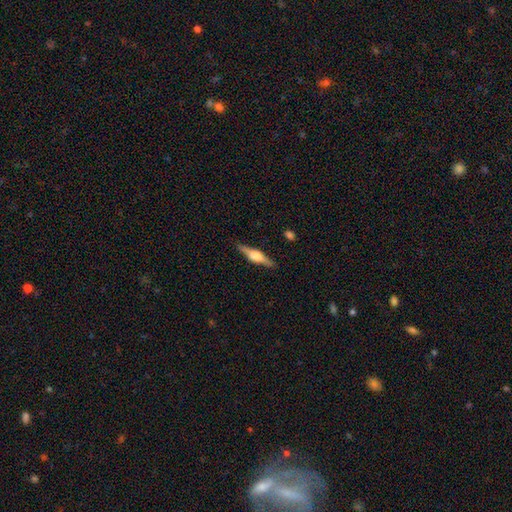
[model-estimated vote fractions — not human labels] Q: Smooth or featured?
A: featured or disk (72%); runner-up: smooth (22%)
Q: Edge-on disk?
A: yes (98%); runner-up: no (2%)
Q: Edge-on bulge?
A: rounded (85%); runner-up: boxy (13%)
Q: Merging?
A: none (89%); runner-up: minor disturbance (8%)